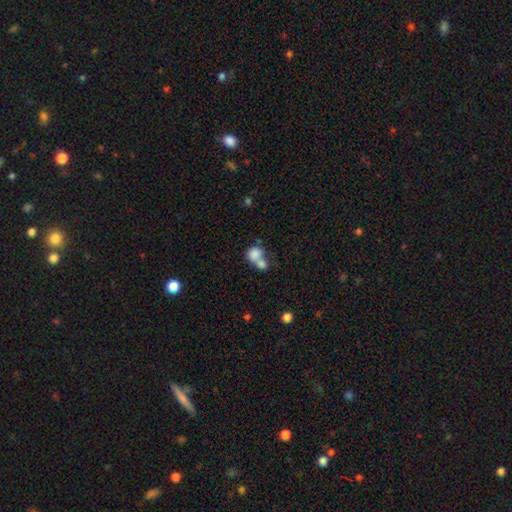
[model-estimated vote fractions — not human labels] smooth_or_featured: smooth (p=0.79) [alt: featured or disk p=0.12]
how_rounded: round (p=0.66) [alt: in between p=0.32]
merging: merger (p=0.65) [alt: none p=0.23]